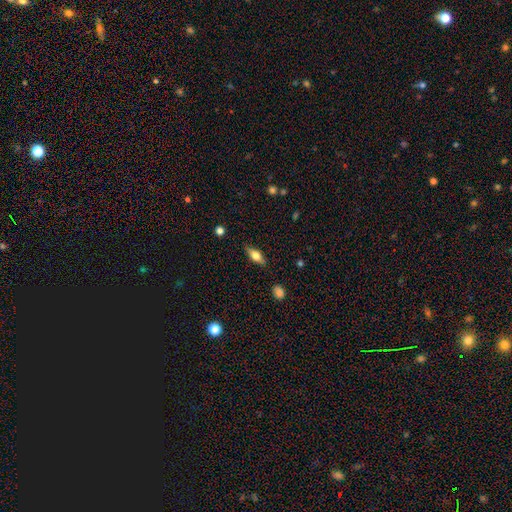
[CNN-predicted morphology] Q: Smooth or featured?
A: smooth (56%); runner-up: featured or disk (36%)
Q: How rounded?
A: in between (70%); runner-up: cigar-shaped (25%)
Q: Merging?
A: none (84%); runner-up: minor disturbance (12%)